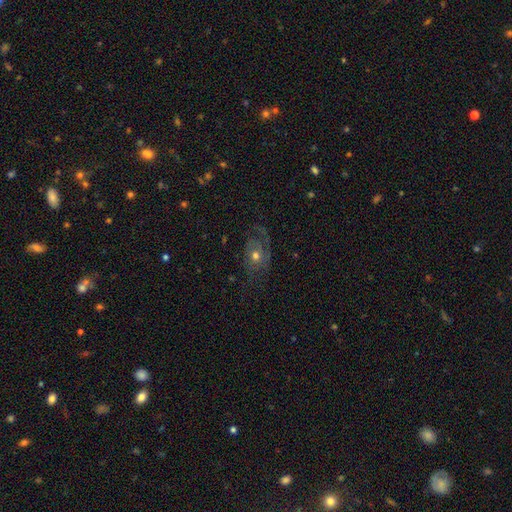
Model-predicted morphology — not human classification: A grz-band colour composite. It shows a featured or disk galaxy (60%) with no bar (83%), spiral arms (74%) and a moderate central bulge (69%). Merging: none (54%).